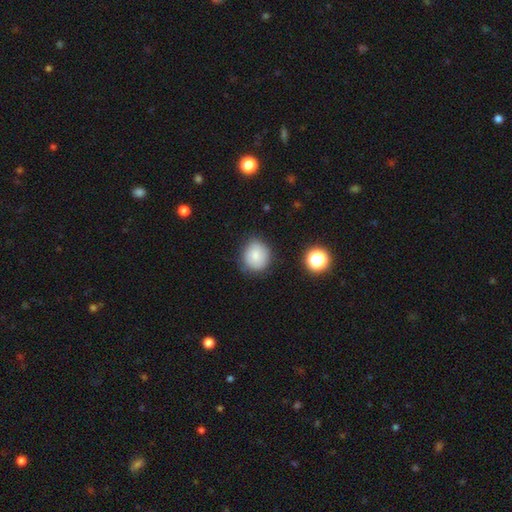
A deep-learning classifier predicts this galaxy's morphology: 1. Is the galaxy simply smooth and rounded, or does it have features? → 78% smooth, 13% featured or disk, 9% star or artifact.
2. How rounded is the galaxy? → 80% round, 19% in between, 1% cigar-shaped.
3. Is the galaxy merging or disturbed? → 75% none, 19% minor disturbance, 4% major disturbance, 2% merger.